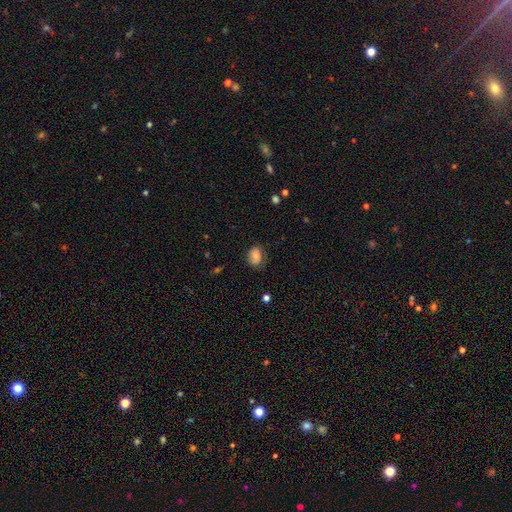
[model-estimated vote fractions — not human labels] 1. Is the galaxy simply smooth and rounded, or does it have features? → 69% smooth, 21% featured or disk, 10% star or artifact.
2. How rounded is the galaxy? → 64% in between, 35% round, 1% cigar-shaped.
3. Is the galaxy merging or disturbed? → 69% none, 23% minor disturbance, 7% major disturbance, 1% merger.